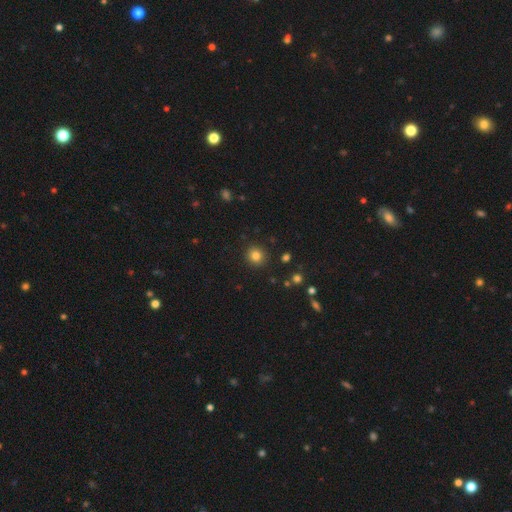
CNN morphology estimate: The model was most divided on "smooth or featured": smooth: 82%, star or artifact: 13%, featured or disk: 6%. More confident: merging — none (90%); how rounded — round (88%).